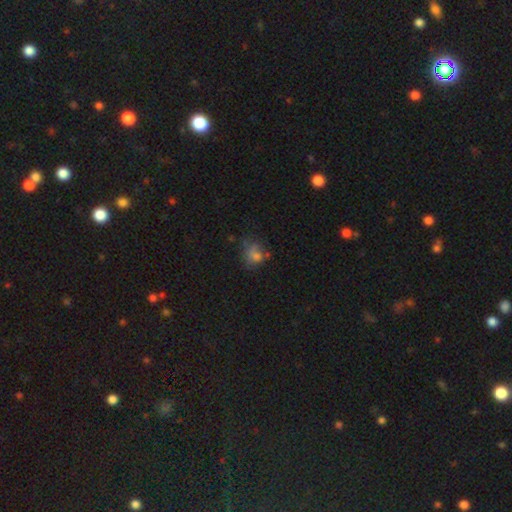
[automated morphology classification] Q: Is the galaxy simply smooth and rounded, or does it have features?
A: smooth — 62%.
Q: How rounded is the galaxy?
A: round — 55%.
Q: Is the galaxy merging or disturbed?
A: none — 37%.